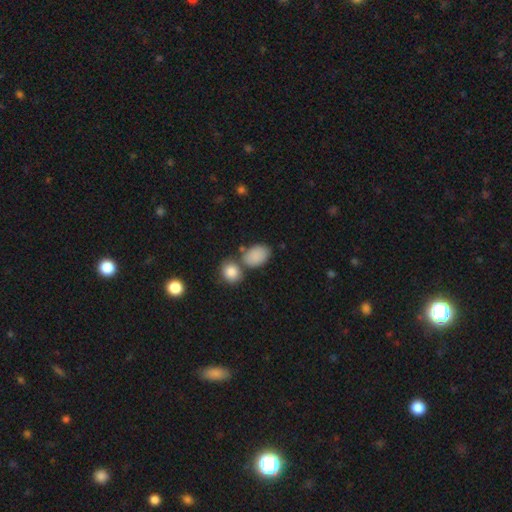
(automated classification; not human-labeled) The model was most divided on "merging": none: 58%, merger: 22%, minor disturbance: 15%, major disturbance: 5%. More confident: smooth or featured — smooth (87%); how rounded — in between (85%).